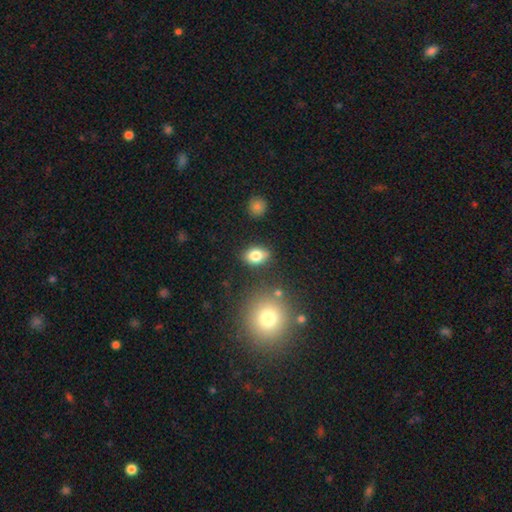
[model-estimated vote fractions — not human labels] The model was most divided on "how rounded": in between: 77%, round: 22%, cigar-shaped: 2%. More confident: merging — none (82%); smooth or featured — smooth (80%).